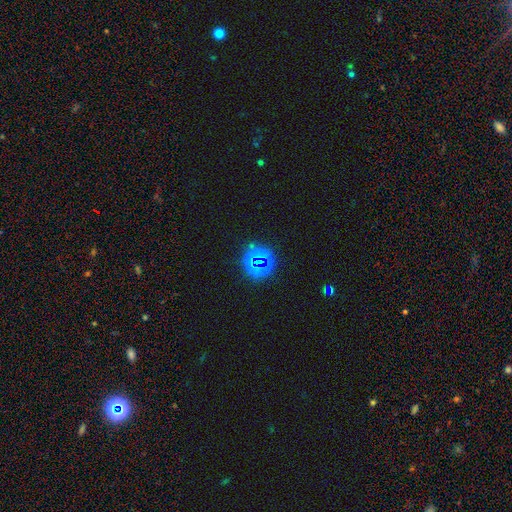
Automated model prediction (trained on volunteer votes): smooth-or-featured: star or artifact: 72% | smooth: 19% | featured or disk: 10%